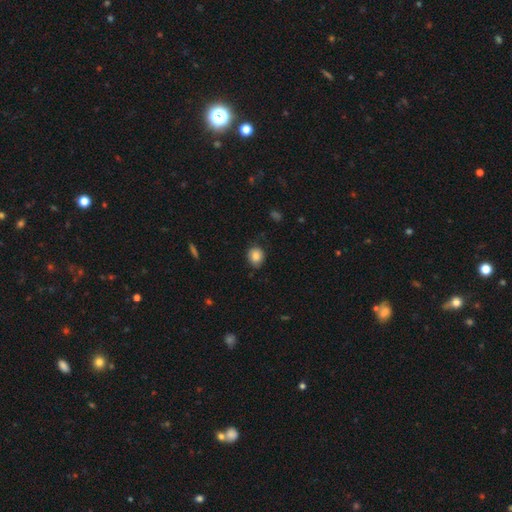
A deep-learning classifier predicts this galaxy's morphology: Smooth or featured?
  - smooth: 84% *
  - star or artifact: 9%
  - featured or disk: 7%
How rounded?
  - round: 74% *
  - in between: 25%
  - cigar-shaped: 1%
Merging?
  - none: 82% *
  - minor disturbance: 15%
  - major disturbance: 3%
  - merger: 1%